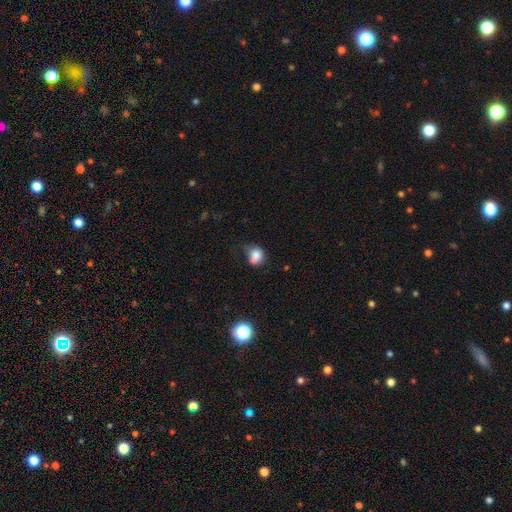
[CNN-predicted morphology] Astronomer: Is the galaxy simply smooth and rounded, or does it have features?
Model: smooth — 79%.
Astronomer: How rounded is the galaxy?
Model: in between — 55% (runner-up: round, 44%).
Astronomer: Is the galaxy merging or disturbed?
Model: none — 34% (runner-up: minor disturbance, 32%).